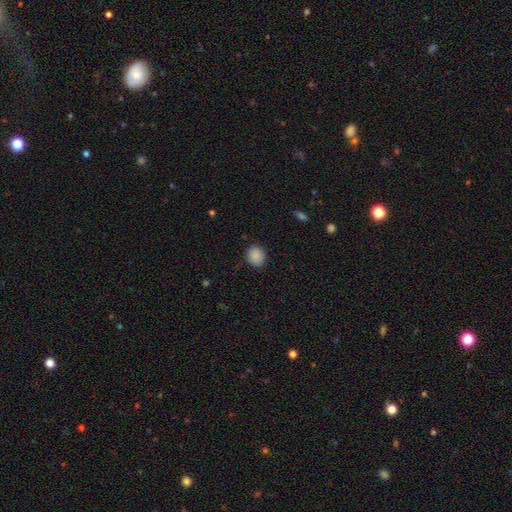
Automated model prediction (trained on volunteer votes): Smooth or featured: smooth — 88% (star or artifact — 9%)
How rounded: round — 74% (in between — 25%)
Merging: none — 86% (minor disturbance — 10%)